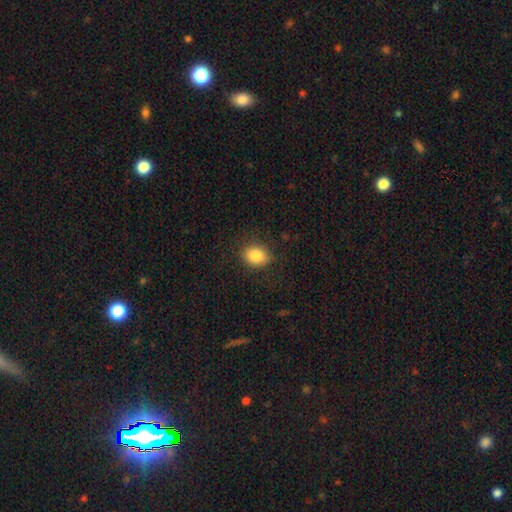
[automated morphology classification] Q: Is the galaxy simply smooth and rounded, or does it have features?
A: smooth — 85%.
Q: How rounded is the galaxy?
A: in between — 56%.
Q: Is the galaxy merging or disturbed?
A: none — 85%.